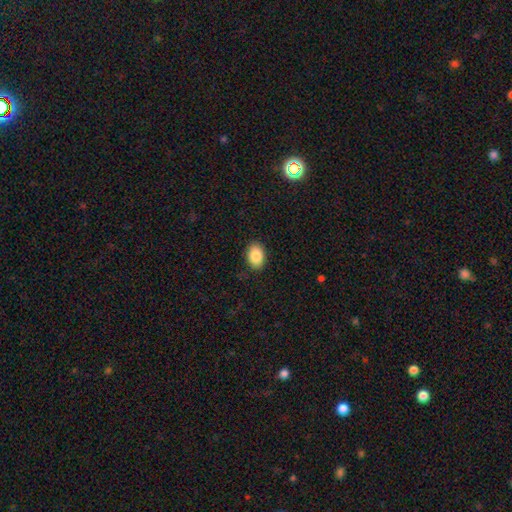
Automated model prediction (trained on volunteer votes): Smooth or featured?
  - smooth: 88% *
  - star or artifact: 7%
  - featured or disk: 5%
How rounded?
  - in between: 81% *
  - round: 18%
  - cigar-shaped: 1%
Merging?
  - none: 88% *
  - minor disturbance: 9%
  - major disturbance: 2%
  - merger: 1%